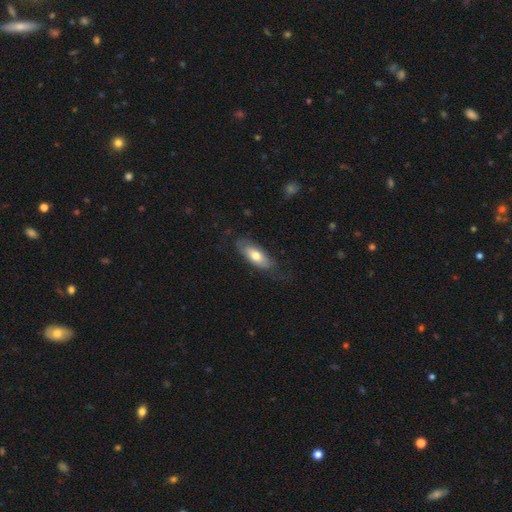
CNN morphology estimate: This appears to be a smooth galaxy with no disk features (65%) that is in between round and cigar-shaped (80%). Merging: none (68%).